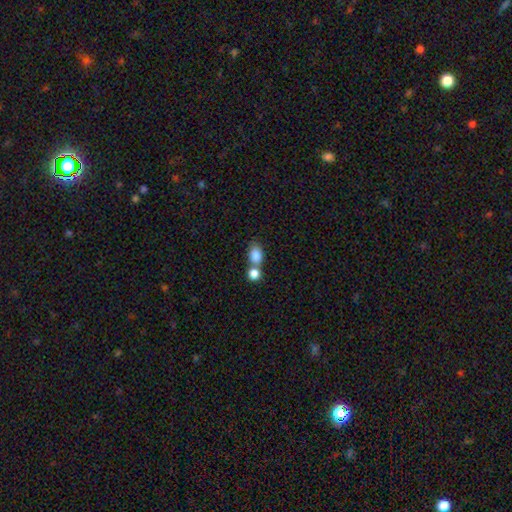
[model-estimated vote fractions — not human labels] A smooth galaxy with no disk features (83%) that is in between round and cigar-shaped (66%). Merging: merger (46%).